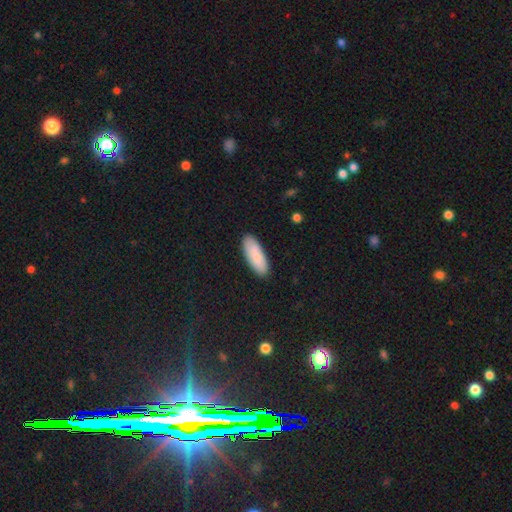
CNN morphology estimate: Smooth or featured? Predicted: smooth (p=0.89). How rounded? Predicted: in between (p=0.72). Merging? Predicted: none (p=0.89).